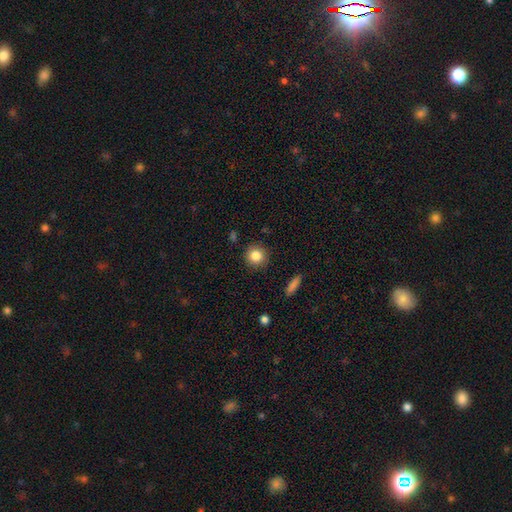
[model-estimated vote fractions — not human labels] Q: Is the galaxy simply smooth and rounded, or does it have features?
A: smooth — 84%.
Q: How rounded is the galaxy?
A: round — 92%.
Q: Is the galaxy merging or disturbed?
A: none — 90%.